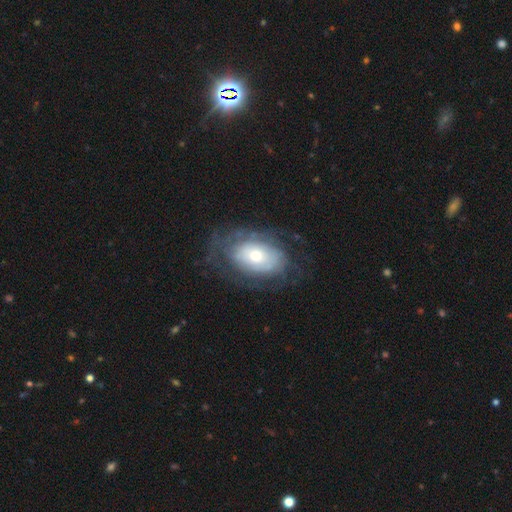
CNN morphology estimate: smooth_or_featured: featured or disk (p=0.59) [alt: smooth p=0.30]
disk_edge_on: no (p=0.93) [alt: yes p=0.07]
bar: no (p=0.78) [alt: weak p=0.16]
has_spiral_arms: yes (p=0.57) [alt: no p=0.43]
bulge_size: moderate (p=0.47) [alt: small p=0.42]
merging: none (p=0.70) [alt: minor disturbance p=0.16]